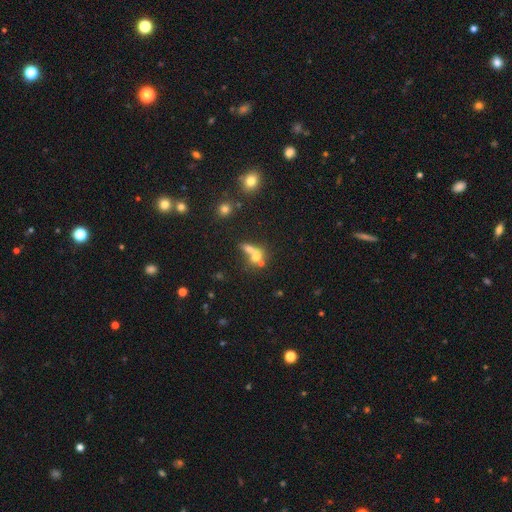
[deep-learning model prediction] A smooth galaxy with no disk features (58%) that is in between round and cigar-shaped (45%).

Vote fractions:
- Smooth or featured? smooth: 58% / featured or disk: 25% / star or artifact: 18%
- How rounded? in between: 45% / round: 41% / cigar-shaped: 14%
- Merging? merger: 55% / none: 29% / minor disturbance: 8% / major disturbance: 7%